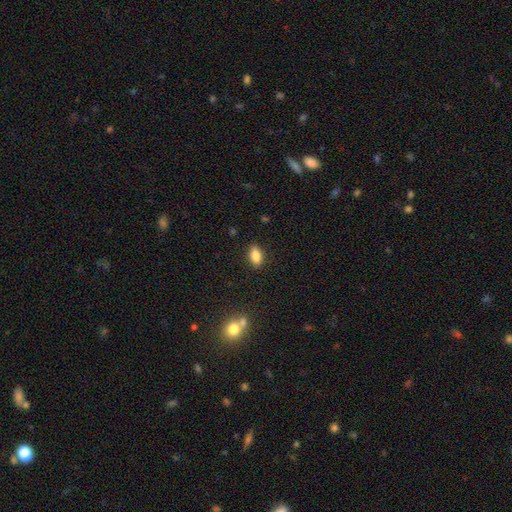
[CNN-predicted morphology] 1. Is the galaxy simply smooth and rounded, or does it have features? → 84% smooth, 9% star or artifact, 7% featured or disk.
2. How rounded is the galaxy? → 88% in between, 6% round, 6% cigar-shaped.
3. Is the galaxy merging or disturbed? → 87% none, 9% minor disturbance, 2% major disturbance, 1% merger.